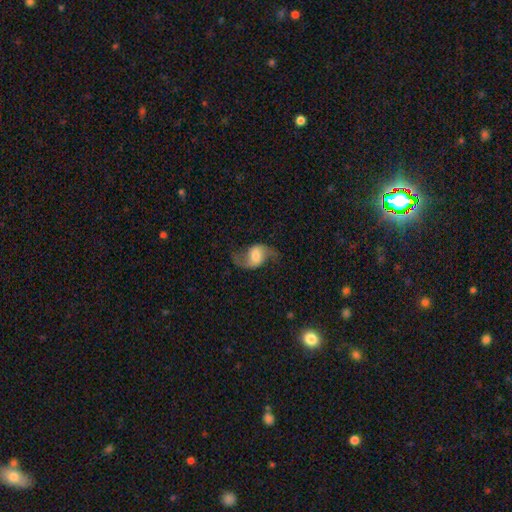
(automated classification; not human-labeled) Q: Smooth or featured?
A: featured or disk (78%); runner-up: smooth (15%)
Q: Edge-on disk?
A: no (97%); runner-up: yes (3%)
Q: Bar?
A: weak (41%); tied with: no (41%)
Q: Spiral arms?
A: yes (95%); runner-up: no (5%)
Q: Spiral winding?
A: loose (76%); runner-up: medium (20%)
Q: Spiral arm count?
A: 2 (93%); runner-up: 1 (2%)
Q: Bulge size?
A: moderate (46%); runner-up: small (24%)
Q: Merging?
A: none (71%); runner-up: minor disturbance (16%)